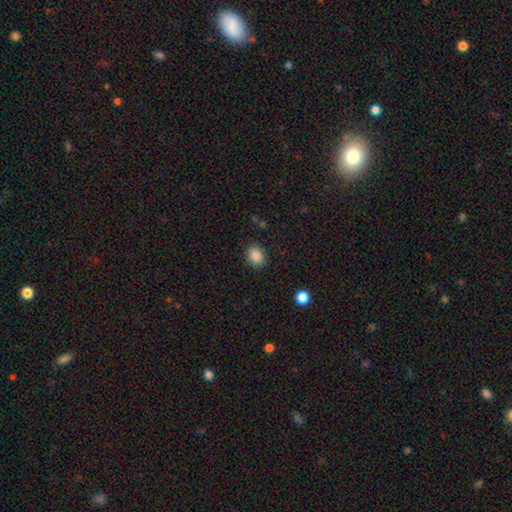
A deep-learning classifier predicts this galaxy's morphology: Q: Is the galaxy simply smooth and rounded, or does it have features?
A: smooth — 87%.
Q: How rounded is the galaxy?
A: in between — 50%.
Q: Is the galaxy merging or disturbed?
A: none — 88%.